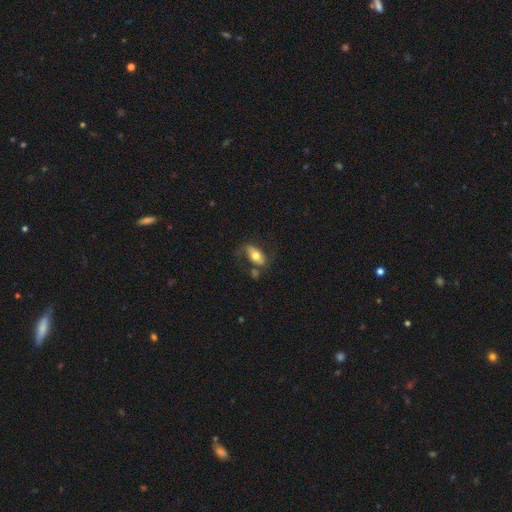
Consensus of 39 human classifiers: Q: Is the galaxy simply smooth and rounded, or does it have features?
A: featured or disk — 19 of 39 (49%).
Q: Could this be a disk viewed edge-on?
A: no — 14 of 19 (74%).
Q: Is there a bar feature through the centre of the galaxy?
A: strong — 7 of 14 (50%).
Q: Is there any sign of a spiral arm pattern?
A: yes — 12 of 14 (86%).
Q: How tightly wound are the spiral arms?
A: medium — 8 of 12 (67%).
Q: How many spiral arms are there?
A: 2 — 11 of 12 (92%).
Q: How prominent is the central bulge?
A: moderate — 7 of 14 (50%).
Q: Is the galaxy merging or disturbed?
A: none — 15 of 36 (42%).